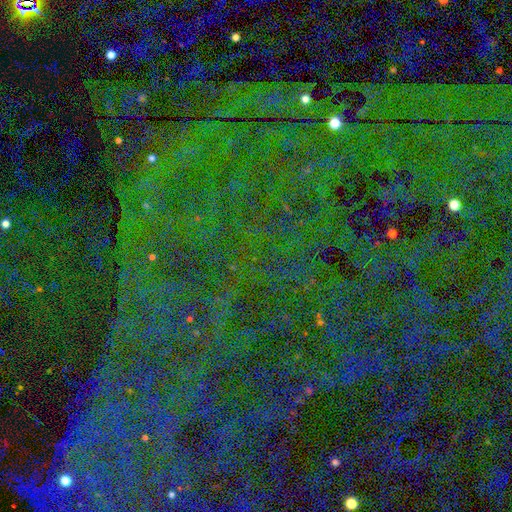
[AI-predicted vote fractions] Q: Smooth or featured?
A: star or artifact (82%); runner-up: smooth (10%)